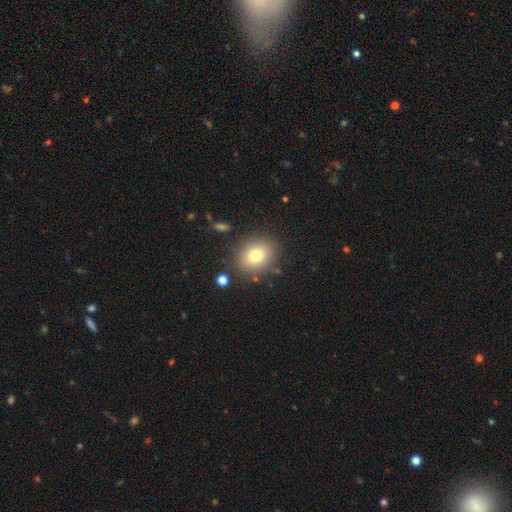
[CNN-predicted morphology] Smooth or featured?
  - smooth: 76% *
  - featured or disk: 12%
  - star or artifact: 12%
How rounded?
  - round: 63% *
  - in between: 36%
  - cigar-shaped: 1%
Merging?
  - none: 84% *
  - minor disturbance: 10%
  - major disturbance: 4%
  - merger: 3%